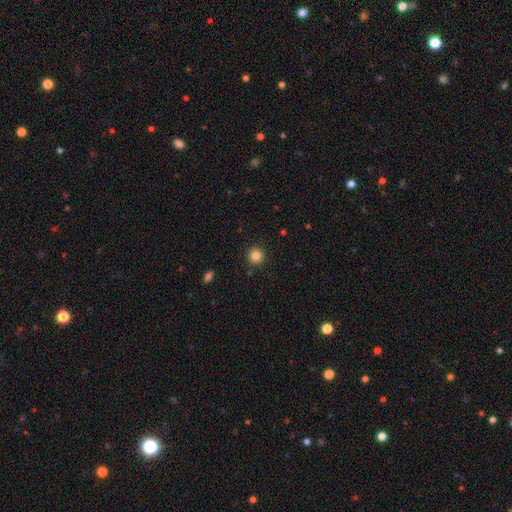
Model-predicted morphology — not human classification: A smooth galaxy with no disk features (85%) that is round (94%). Merging: none (91%).